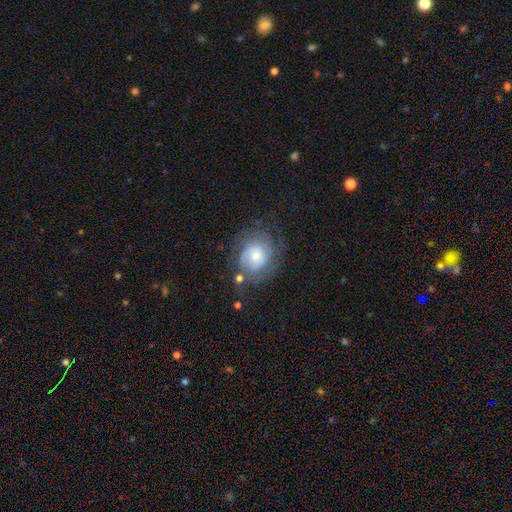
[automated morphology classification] Q: Smooth or featured?
A: featured or disk (54%); runner-up: smooth (37%)
Q: Edge-on disk?
A: no (97%); runner-up: yes (3%)
Q: Bar?
A: no (72%); runner-up: weak (24%)
Q: Spiral arms?
A: yes (75%); runner-up: no (25%)
Q: Bulge size?
A: moderate (45%); runner-up: small (42%)
Q: Merging?
A: none (61%); runner-up: minor disturbance (21%)